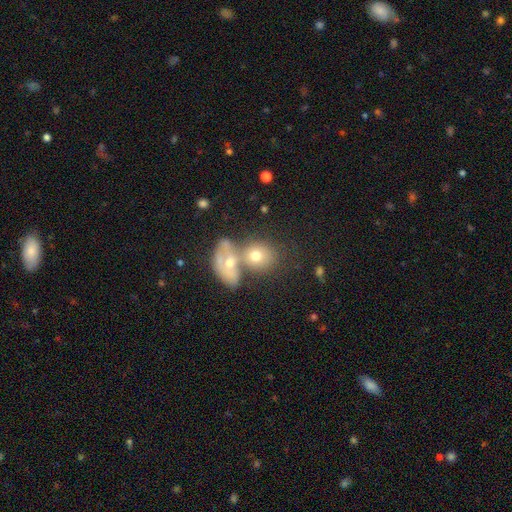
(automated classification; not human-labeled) Overall: smooth (63%; featured or disk 27%). How rounded: round (60%; in between 38%). Merging: merger (53%; none 31%).